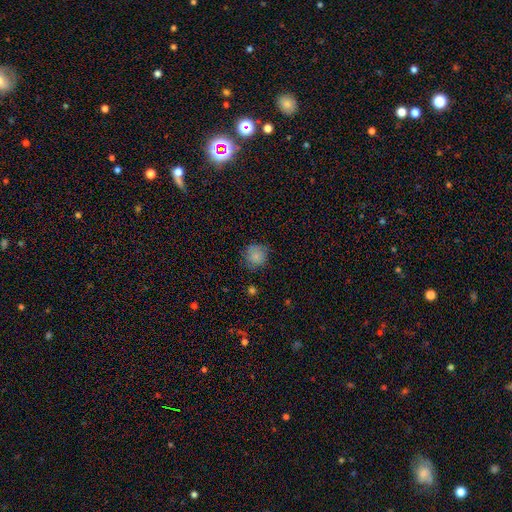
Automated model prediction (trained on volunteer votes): smooth_or_featured: smooth (p=0.82) [alt: star or artifact p=0.10]
how_rounded: round (p=0.89) [alt: in between p=0.10]
merging: none (p=0.78) [alt: minor disturbance p=0.17]